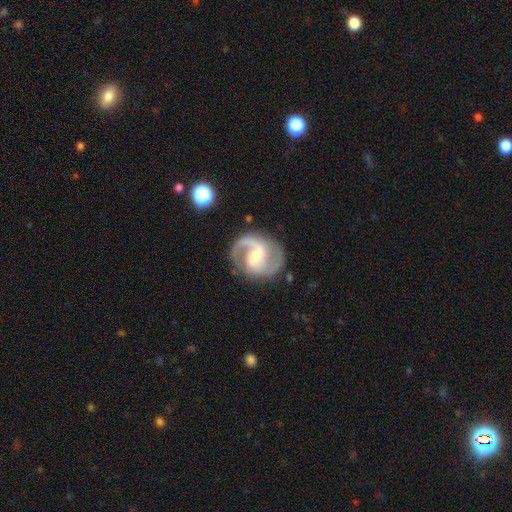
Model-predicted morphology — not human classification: smooth_or_featured: featured or disk (p=0.90) [alt: smooth p=0.05]
disk_edge_on: no (p=0.98) [alt: yes p=0.02]
bar: weak (p=0.51) [alt: no p=0.26]
has_spiral_arms: yes (p=0.98) [alt: no p=0.02]
spiral_winding: medium (p=0.61) [alt: tight p=0.20]
spiral_arm_count: 2 (p=0.91) [alt: 1 p=0.03]
bulge_size: small (p=0.50) [alt: moderate p=0.41]
merging: none (p=0.82) [alt: minor disturbance p=0.12]